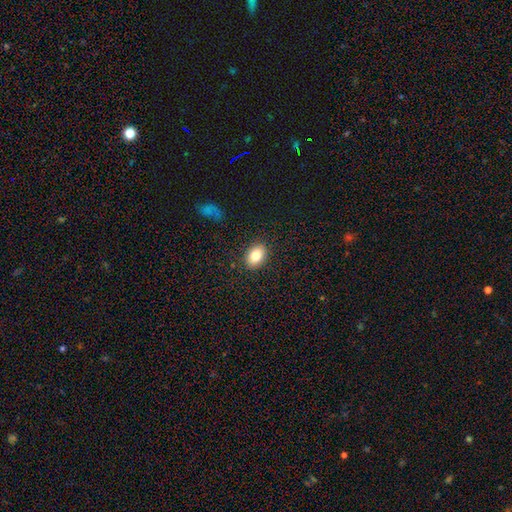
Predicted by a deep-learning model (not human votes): Overall: smooth (81%). How rounded: in between (76%). Merging: none (88%).